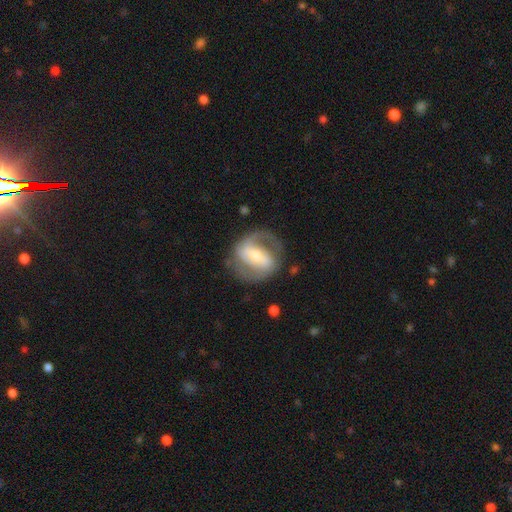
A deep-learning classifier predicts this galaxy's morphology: Smooth or featured: featured or disk — 83% (smooth — 13%)
Edge-on disk: no — 97% (yes — 3%)
Bar: strong — 54% (weak — 31%)
Spiral arms: yes — 88% (no — 12%)
Spiral winding: medium — 49% (tight — 31%)
Spiral arm count: 2 — 84% (can't tell — 6%)
Bulge size: moderate — 49% (small — 44%)
Merging: none — 73% (minor disturbance — 15%)